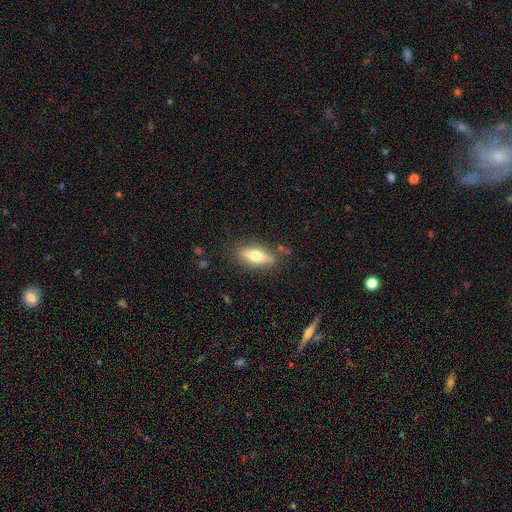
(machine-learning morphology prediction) smooth 58%, featured or disk 35%, star or artifact 7%. Down the decision tree: how rounded — in between (60%); merging — none (81%).